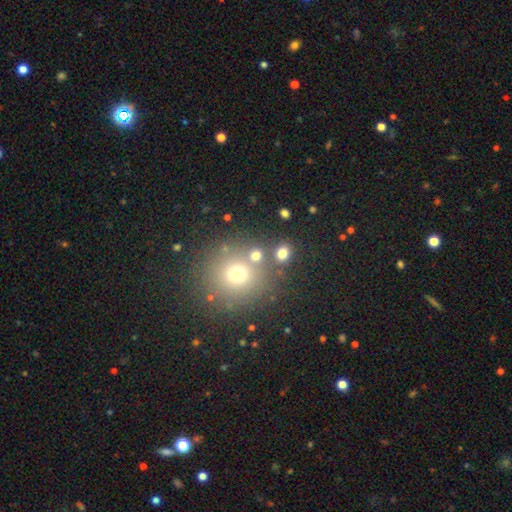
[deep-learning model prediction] Morphology: type=smooth (69%); roundness=round (84%); merging=none (68%).